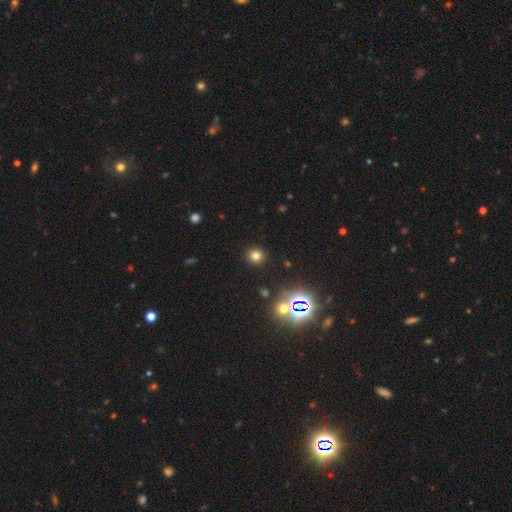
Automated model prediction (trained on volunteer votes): Smooth or featured? smooth (74%)
How rounded? round (91%)
Merging? none (90%)